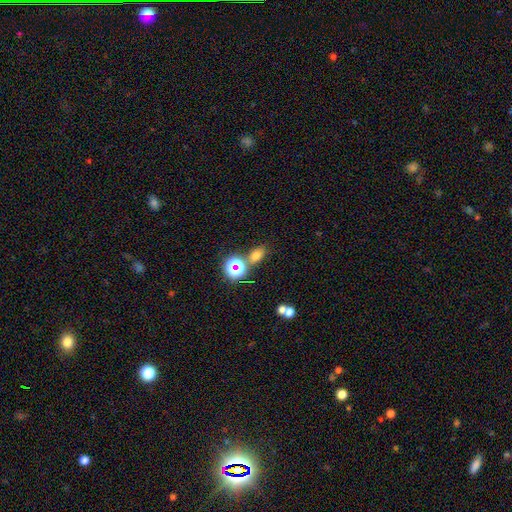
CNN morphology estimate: The model was most divided on "smooth or featured": smooth: 66%, star or artifact: 25%, featured or disk: 9%. More confident: how rounded — in between (72%); merging — none (68%).